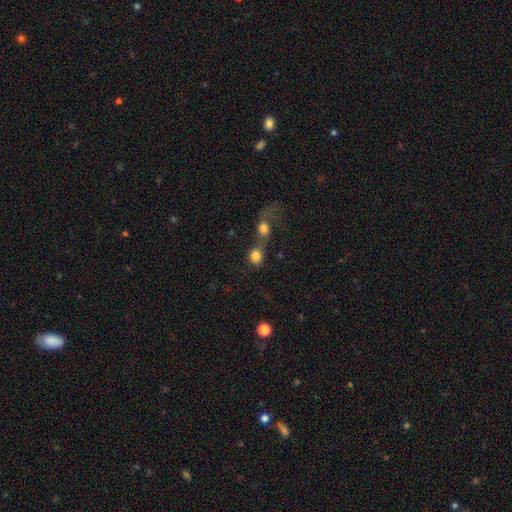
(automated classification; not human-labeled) Overall: smooth (81%). How rounded: round (72%). Merging: merger (64%).